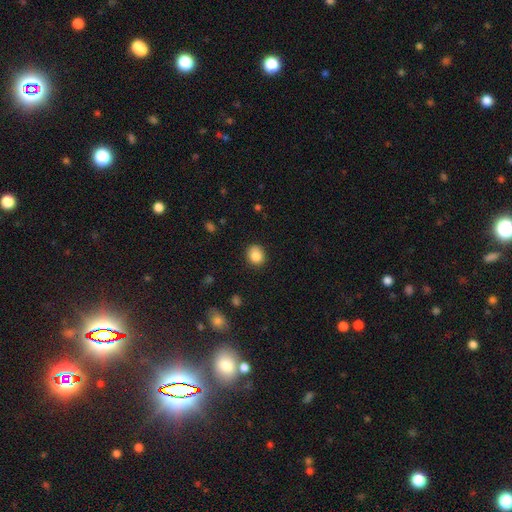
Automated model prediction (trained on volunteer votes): Morphology: type=smooth (85%); roundness=round (70%); merging=none (86%).